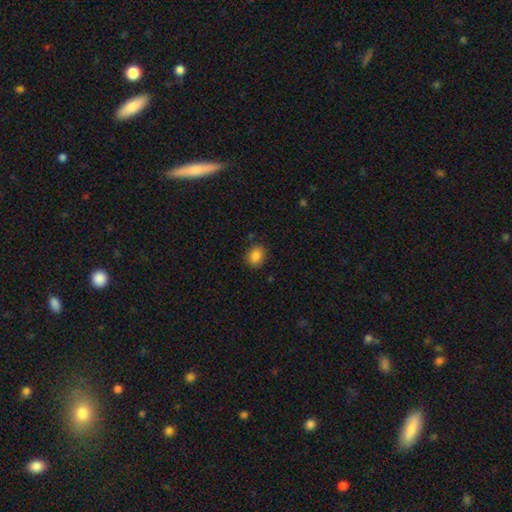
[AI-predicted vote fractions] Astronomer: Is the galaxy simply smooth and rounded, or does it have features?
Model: smooth — 86%.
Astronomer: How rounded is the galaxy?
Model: round — 50% (runner-up: in between, 49%).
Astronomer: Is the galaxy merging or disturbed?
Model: none — 85%.